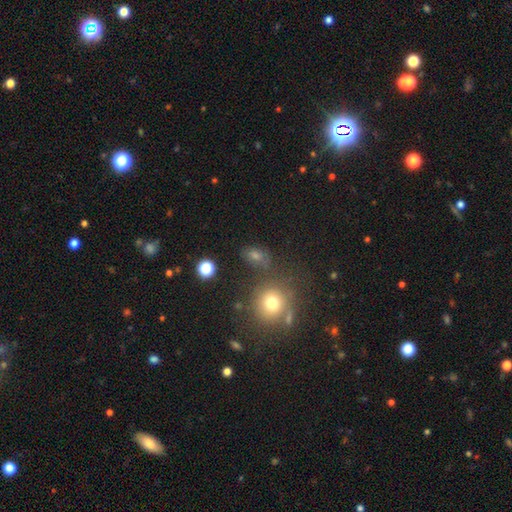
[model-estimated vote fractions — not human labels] This appears to be a smooth galaxy with no disk features (57%) that is in between round and cigar-shaped (60%). Merging: none (68%).